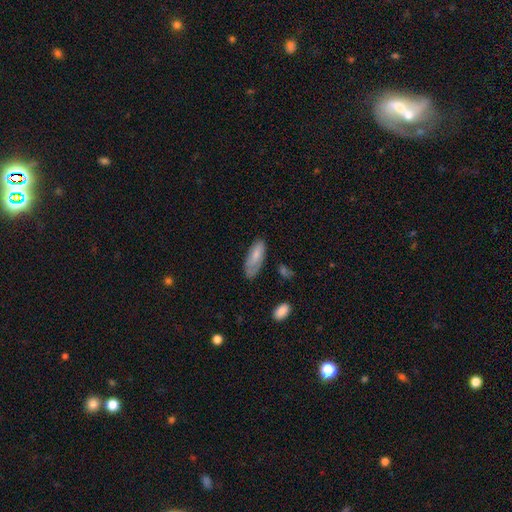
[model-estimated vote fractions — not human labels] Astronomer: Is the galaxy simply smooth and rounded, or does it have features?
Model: smooth — 73%.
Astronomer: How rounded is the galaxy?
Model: in between — 80%.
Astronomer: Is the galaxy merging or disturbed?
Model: none — 57%.